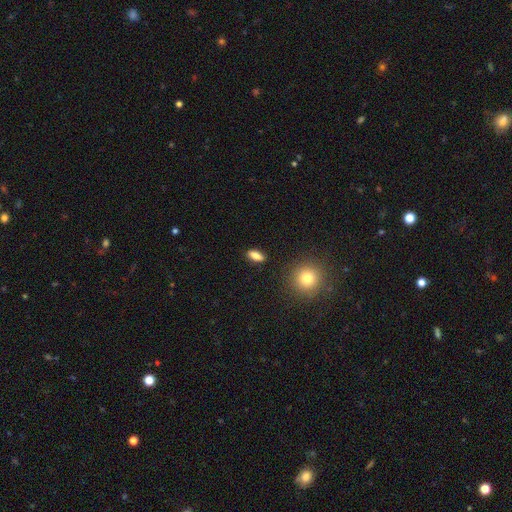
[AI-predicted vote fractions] Smooth or featured: smooth — 82% (star or artifact — 9%)
How rounded: in between — 73% (cigar-shaped — 21%)
Merging: none — 88% (minor disturbance — 8%)